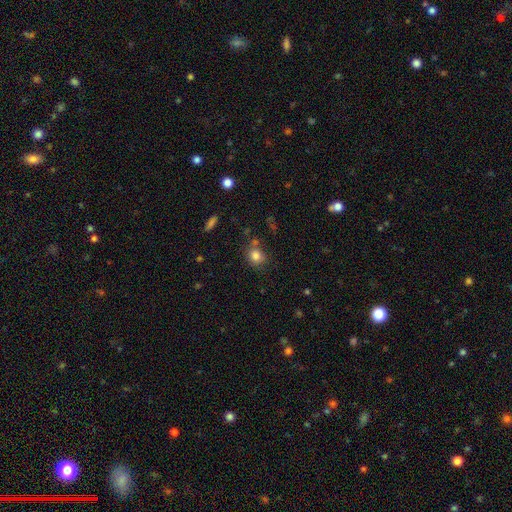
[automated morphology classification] Smooth or featured? smooth (82%)
How rounded? round (69%)
Merging? none (70%)